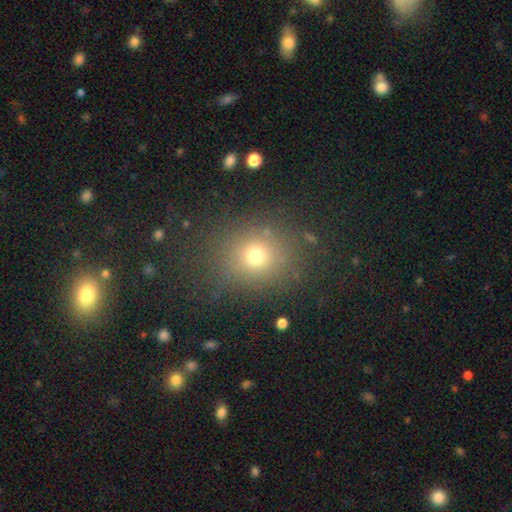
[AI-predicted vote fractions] The model was most divided on "smooth or featured": smooth: 72%, star or artifact: 19%, featured or disk: 9%. More confident: merging — none (82%); how rounded — round (80%).